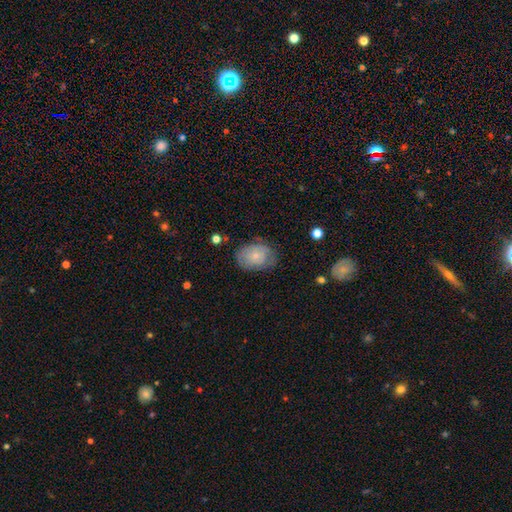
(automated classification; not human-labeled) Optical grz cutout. It shows a smooth galaxy with no disk features (57%) that is in between round and cigar-shaped (72%). Merging: none (66%).